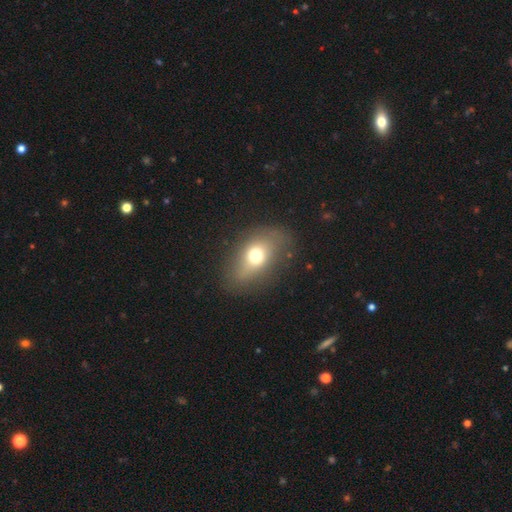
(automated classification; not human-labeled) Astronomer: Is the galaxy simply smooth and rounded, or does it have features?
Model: smooth — 63%.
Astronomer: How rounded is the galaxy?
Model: in between — 77%.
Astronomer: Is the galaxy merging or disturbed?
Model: none — 76%.